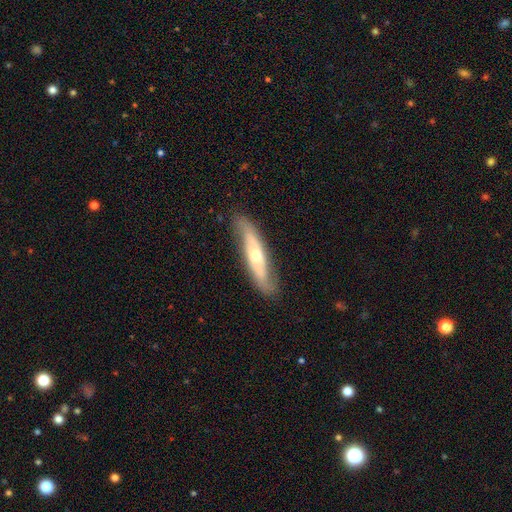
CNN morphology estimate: A featured or disk galaxy (61%). Merging: none (79%).